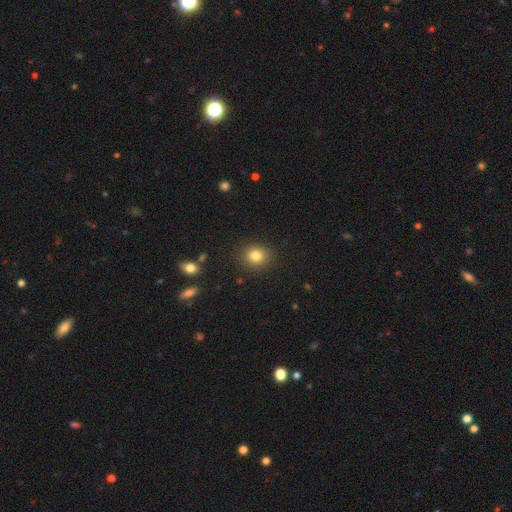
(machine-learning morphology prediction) Smooth or featured? Predicted: smooth (p=0.82). How rounded? Predicted: round (p=0.80). Merging? Predicted: none (p=0.89).